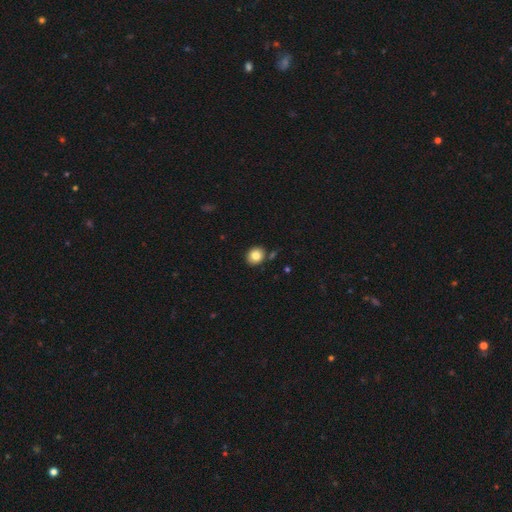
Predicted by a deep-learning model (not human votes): Q: Smooth or featured?
A: smooth (83%); runner-up: star or artifact (9%)
Q: How rounded?
A: round (66%); runner-up: in between (33%)
Q: Merging?
A: none (83%); runner-up: minor disturbance (10%)